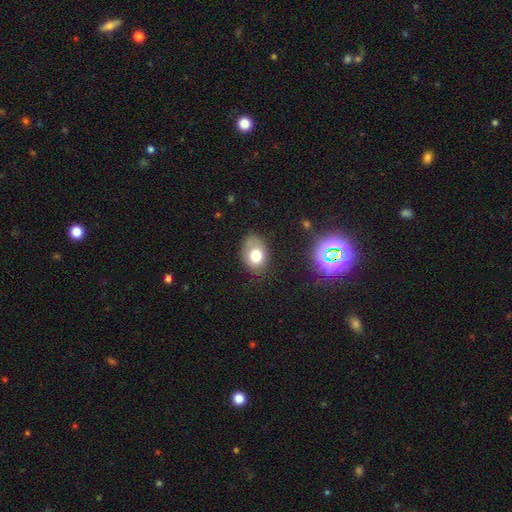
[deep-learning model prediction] Q: Smooth or featured?
A: smooth (74%); runner-up: featured or disk (14%)
Q: How rounded?
A: in between (68%); runner-up: round (31%)
Q: Merging?
A: none (62%); runner-up: minor disturbance (26%)